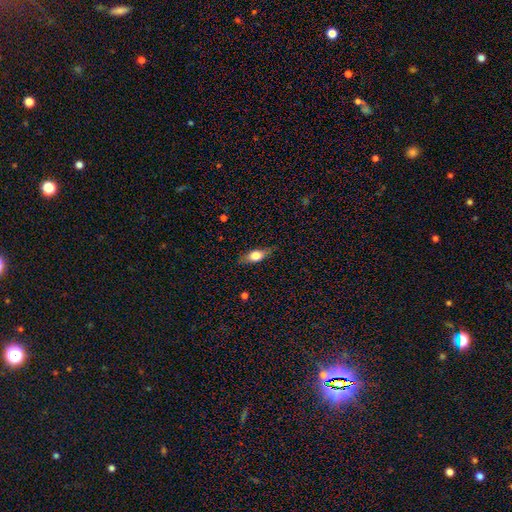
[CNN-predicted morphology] Overall: smooth (65%; featured or disk 28%). How rounded: in between (71%). Merging: none (81%).